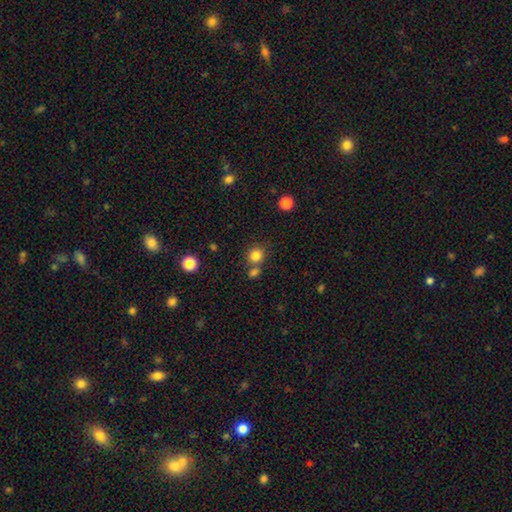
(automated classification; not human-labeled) The model was most divided on "merging": none: 67%, merger: 21%, minor disturbance: 9%, major disturbance: 4%. More confident: how rounded — round (85%); smooth or featured — smooth (82%).